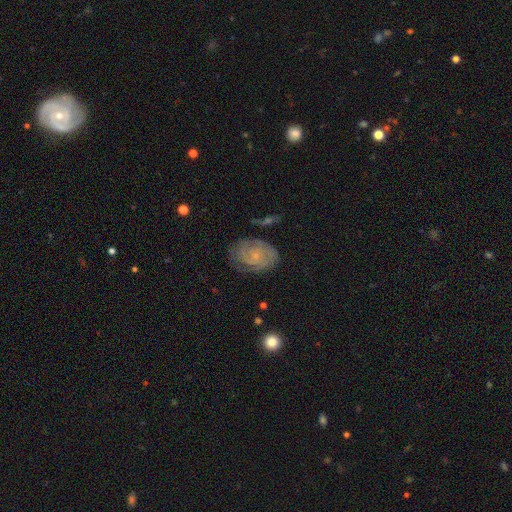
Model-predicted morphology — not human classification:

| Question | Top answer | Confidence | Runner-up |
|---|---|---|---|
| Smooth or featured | featured or disk | 67% | smooth (25%) |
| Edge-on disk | no | 97% | yes (3%) |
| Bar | no | 75% | weak (22%) |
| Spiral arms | yes | 85% | no (15%) |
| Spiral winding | tight | 62% | medium (28%) |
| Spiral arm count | can't tell | 42% | 2 (32%) |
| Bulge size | small | 78% | moderate (12%) |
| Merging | none | 68% | minor disturbance (21%) |